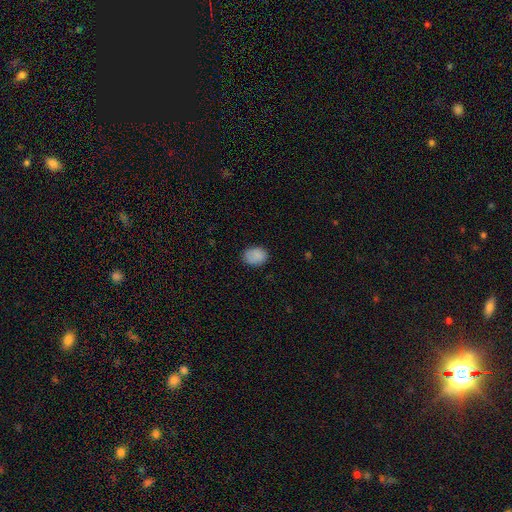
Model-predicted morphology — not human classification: Overall: smooth (86%). How rounded: in between (62%; round 37%). Merging: none (81%).